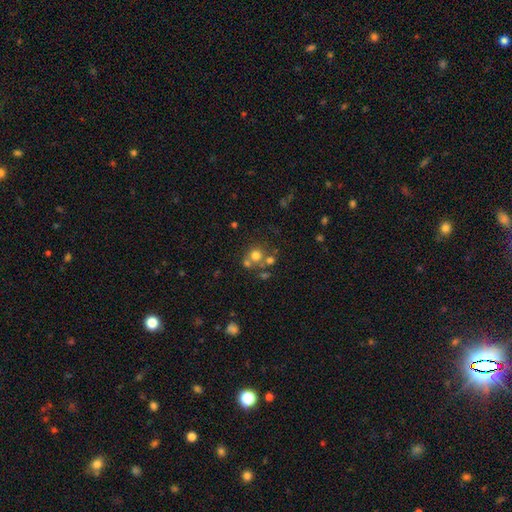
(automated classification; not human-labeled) smooth_or_featured: smooth (p=0.67) [alt: star or artifact p=0.17]
how_rounded: round (p=0.88) [alt: in between p=0.11]
merging: none (p=0.55) [alt: merger p=0.31]